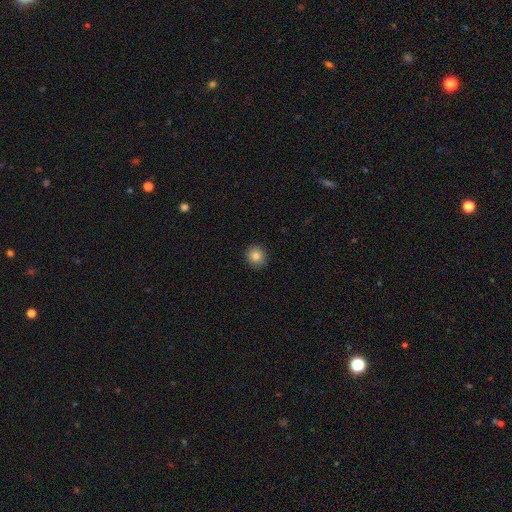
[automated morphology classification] smooth_or_featured: smooth (p=0.83) [alt: star or artifact p=0.11]
how_rounded: round (p=0.89) [alt: in between p=0.10]
merging: none (p=0.91) [alt: minor disturbance p=0.06]